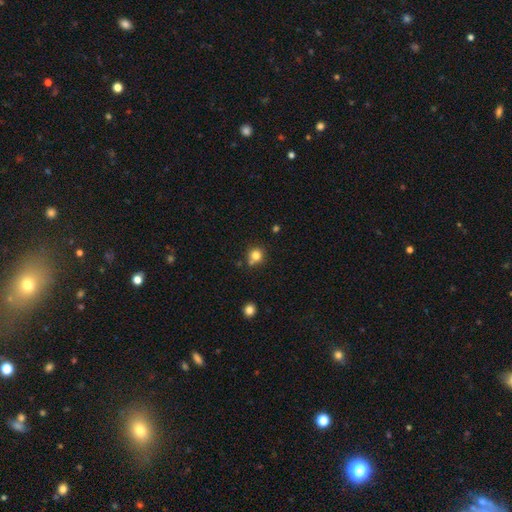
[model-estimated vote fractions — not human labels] smooth-or-featured: smooth: 80% | star or artifact: 12% | featured or disk: 7%
  how-rounded: round: 87% | in between: 12% | cigar-shaped: 1%
  merging: none: 68% | minor disturbance: 15% | merger: 14% | major disturbance: 4%